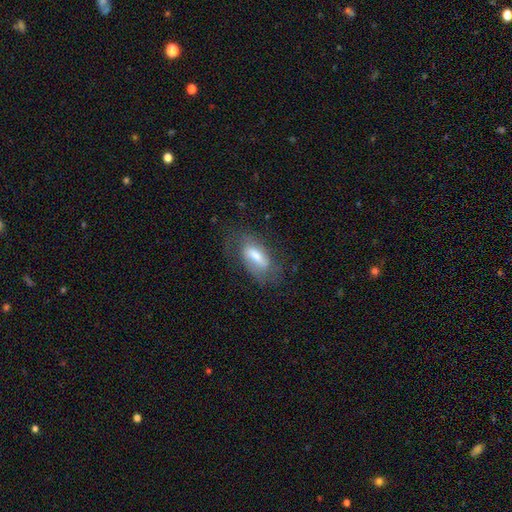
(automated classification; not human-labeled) smooth-or-featured: featured or disk: 46% | smooth: 45% | star or artifact: 9%
  merging: none: 66% | minor disturbance: 21% | major disturbance: 11% | merger: 2%